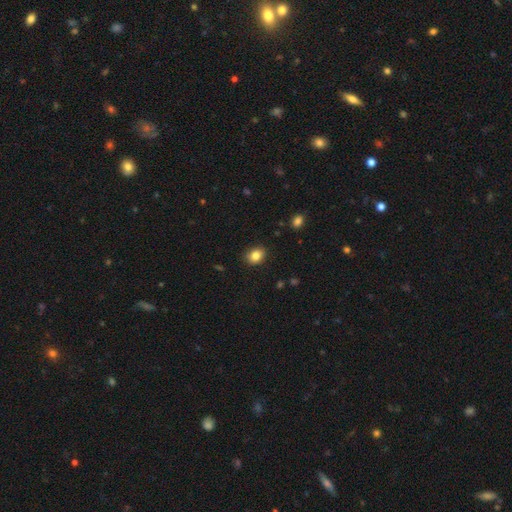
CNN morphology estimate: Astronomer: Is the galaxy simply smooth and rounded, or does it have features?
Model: smooth — 84%.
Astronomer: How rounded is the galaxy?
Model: in between — 53% (runner-up: round, 46%).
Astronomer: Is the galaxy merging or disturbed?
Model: none — 87%.